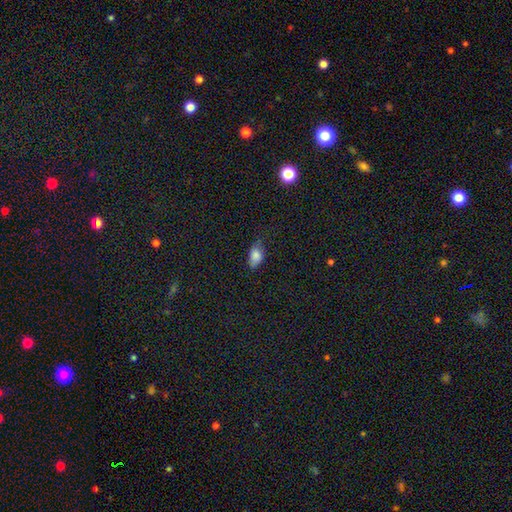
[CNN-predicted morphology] Smooth or featured? Predicted: smooth (p=0.81). How rounded? Predicted: in between (p=0.88). Merging? Predicted: none (p=0.58).